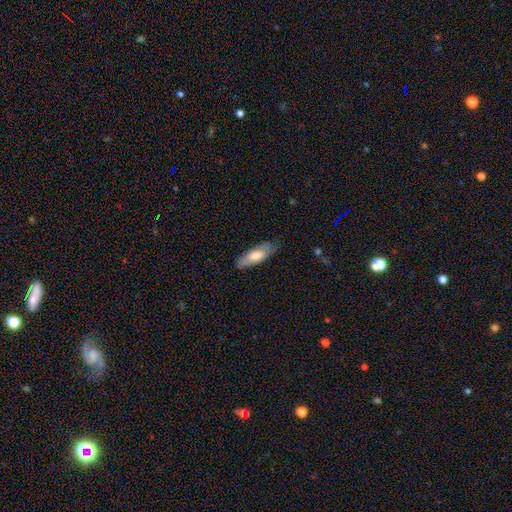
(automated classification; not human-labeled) The model was most divided on "how rounded": in between: 59%, cigar-shaped: 39%, round: 2%. More confident: merging — none (77%); smooth or featured — smooth (62%).